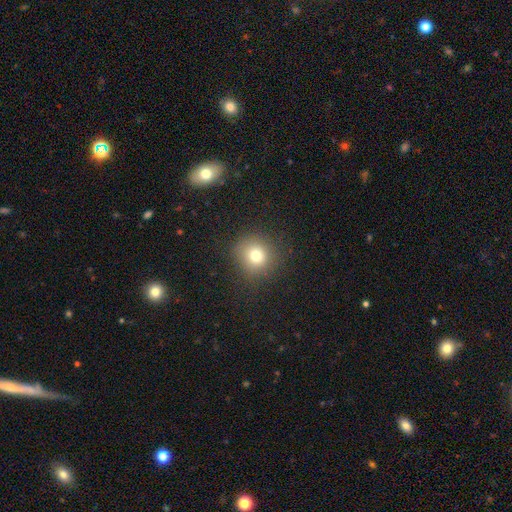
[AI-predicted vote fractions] Smooth or featured: smooth — 75% (star or artifact — 15%)
How rounded: round — 90% (in between — 9%)
Merging: none — 86% (minor disturbance — 9%)